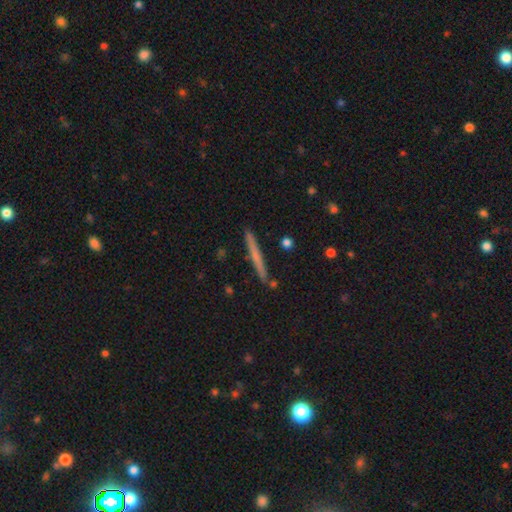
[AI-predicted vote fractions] The model was most divided on "smooth or featured": smooth: 55%, featured or disk: 39%, star or artifact: 6%. More confident: how rounded — cigar-shaped (96%); merging — none (89%).